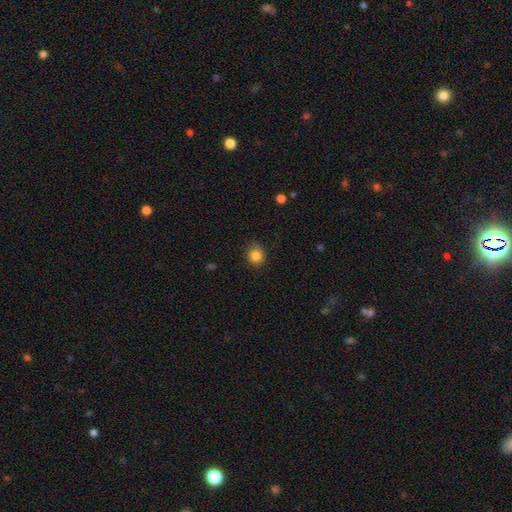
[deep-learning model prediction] Morphology: type=smooth (84%); roundness=round (82%); merging=none (78%).